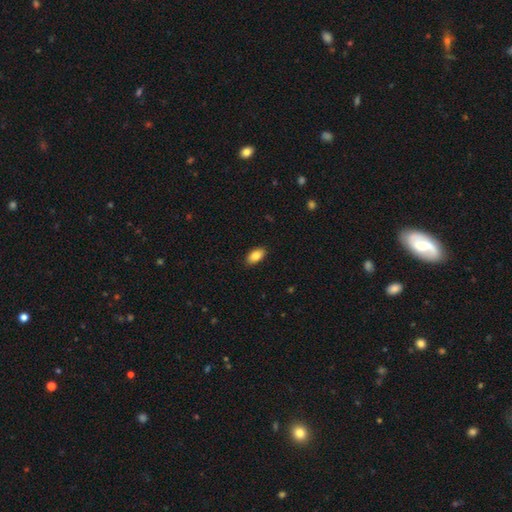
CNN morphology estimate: smooth-or-featured: smooth: 85% | featured or disk: 8% | star or artifact: 7%
  how-rounded: in between: 92% | round: 5% | cigar-shaped: 3%
  merging: none: 89% | minor disturbance: 8% | major disturbance: 2% | merger: 1%